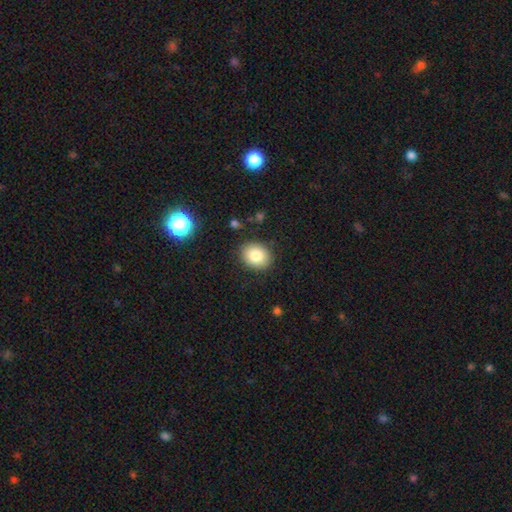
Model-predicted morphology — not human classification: Overall: smooth (82%). How rounded: round (59%; in between 40%). Merging: none (87%).